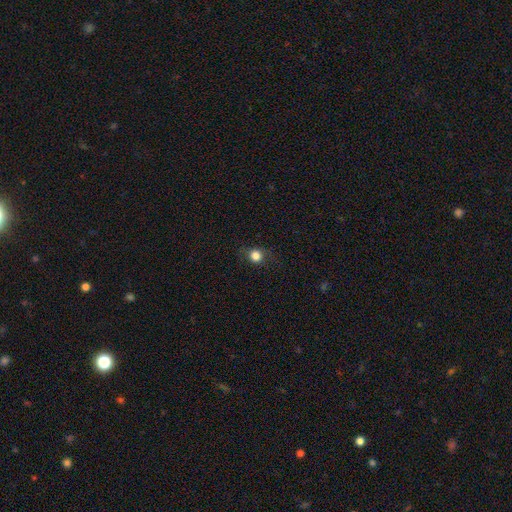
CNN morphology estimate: Smooth or featured? smooth (80%)
How rounded? round (86%)
Merging? none (83%)